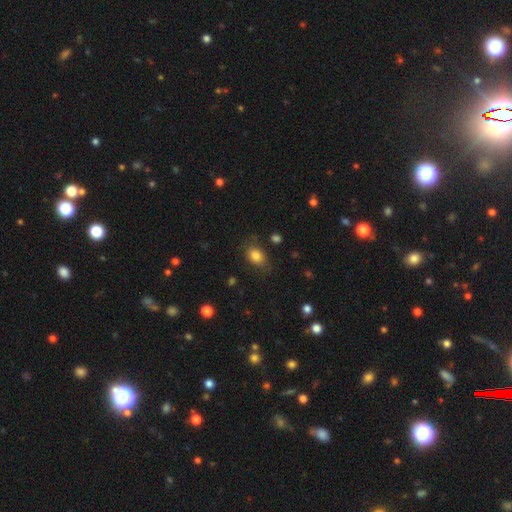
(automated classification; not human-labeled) smooth_or_featured: smooth (p=0.83) [alt: star or artifact p=0.09]
how_rounded: in between (p=0.77) [alt: round p=0.22]
merging: none (p=0.73) [alt: minor disturbance p=0.18]